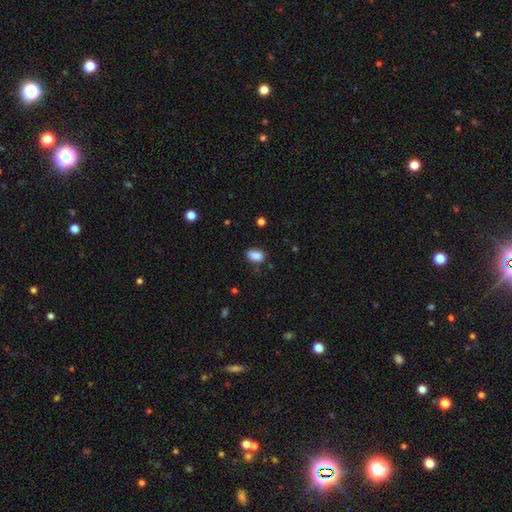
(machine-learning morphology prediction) smooth_or_featured: smooth (p=0.87) [alt: star or artifact p=0.09]
how_rounded: in between (p=0.88) [alt: round p=0.09]
merging: none (p=0.78) [alt: minor disturbance p=0.16]